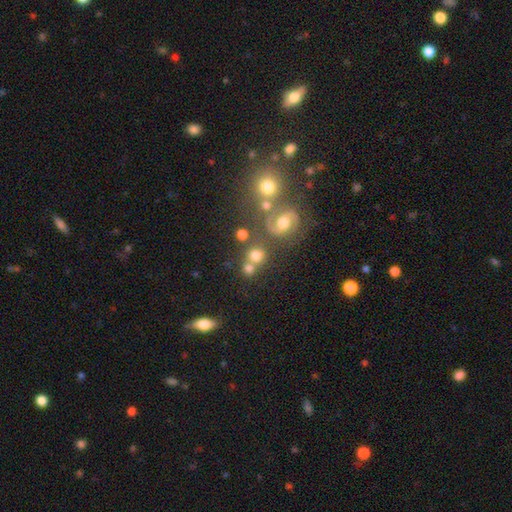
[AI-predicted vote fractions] Morphology: type=smooth (64%); roundness=round (85%); merging=none (54%).